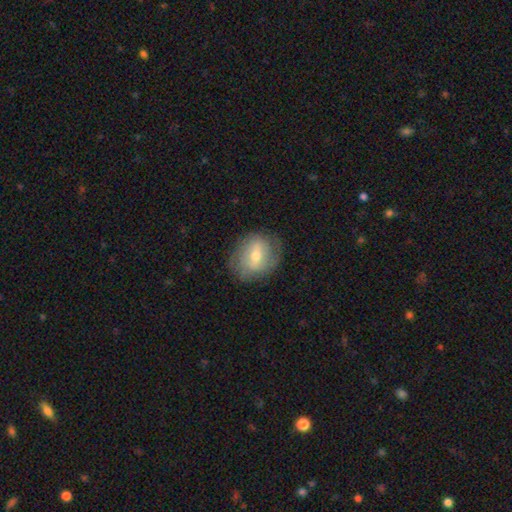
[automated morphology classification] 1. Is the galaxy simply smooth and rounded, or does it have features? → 49% featured or disk, 43% smooth, 8% star or artifact.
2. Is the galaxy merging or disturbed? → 75% none, 17% minor disturbance, 7% major disturbance, 1% merger.